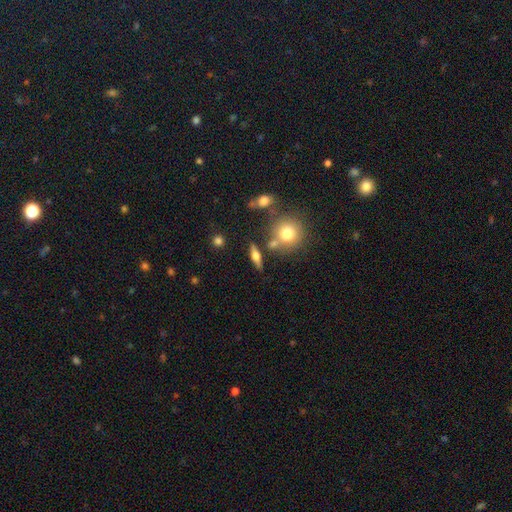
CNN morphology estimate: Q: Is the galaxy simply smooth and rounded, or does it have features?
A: featured or disk — 49%.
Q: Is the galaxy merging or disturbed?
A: none — 77%.